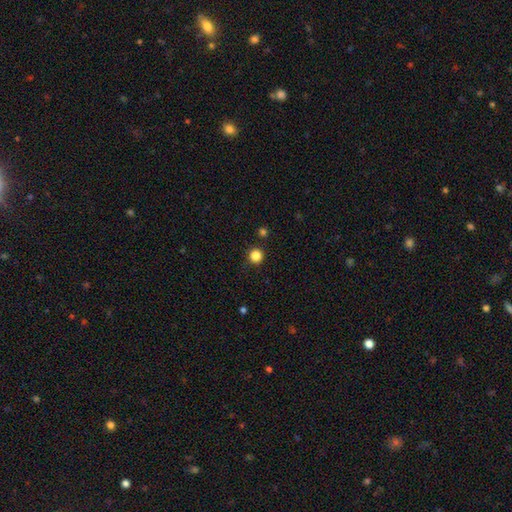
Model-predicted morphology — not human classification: smooth_or_featured: smooth (p=0.85) [alt: star or artifact p=0.12]
how_rounded: round (p=0.95) [alt: in between p=0.04]
merging: none (p=0.90) [alt: minor disturbance p=0.06]